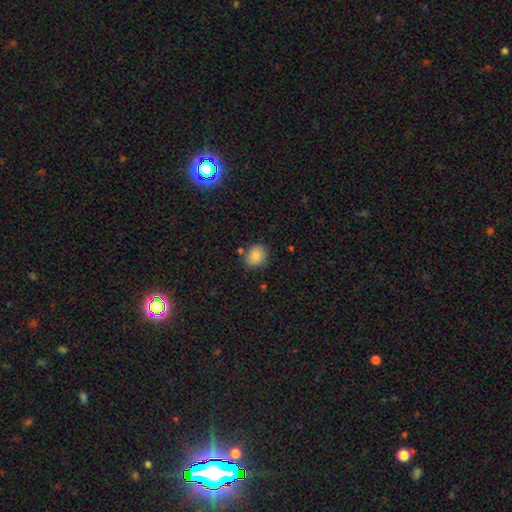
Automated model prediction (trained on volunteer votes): Smooth or featured? Predicted: smooth (p=0.86). How rounded? Predicted: round (p=0.61). Merging? Predicted: none (p=0.79).